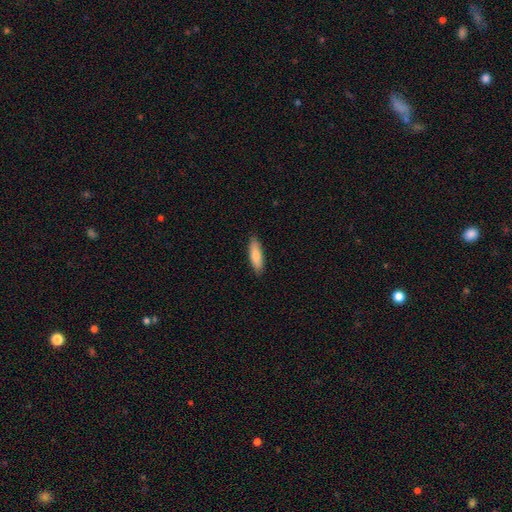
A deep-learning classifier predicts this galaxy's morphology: Q: Smooth or featured?
A: smooth (81%); runner-up: featured or disk (14%)
Q: How rounded?
A: cigar-shaped (59%); runner-up: in between (39%)
Q: Merging?
A: none (87%); runner-up: minor disturbance (10%)